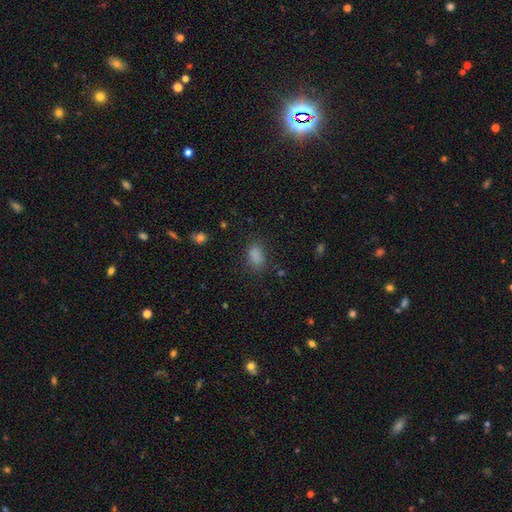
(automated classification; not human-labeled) Morphology: type=smooth (84%); roundness=in between (86%); merging=none (77%).